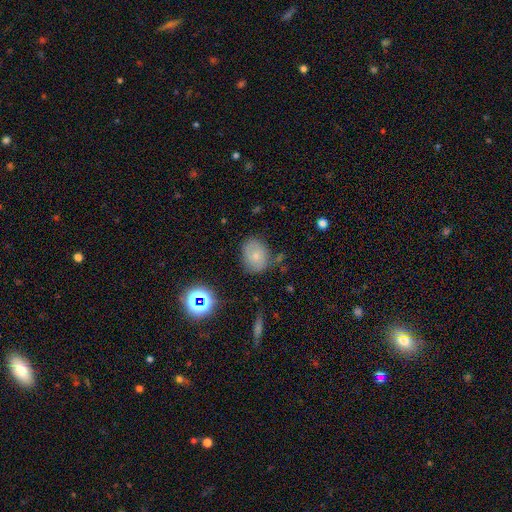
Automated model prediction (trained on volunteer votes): A smooth galaxy with no disk features (62%) that is in between round and cigar-shaped (50%). Merging: none (70%).